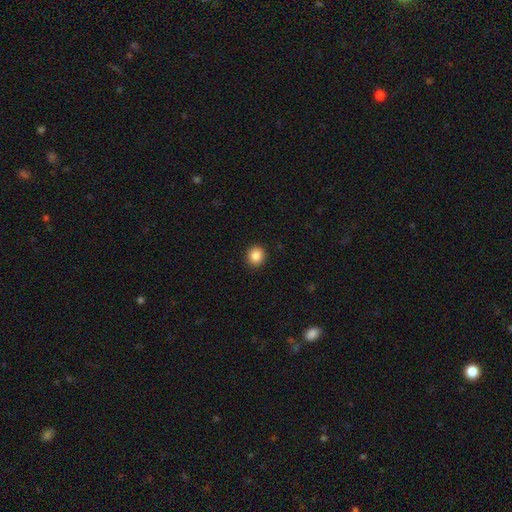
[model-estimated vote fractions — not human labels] A smooth galaxy with no disk features (87%) that is round (88%).

Vote fractions:
- Smooth or featured? smooth: 87% / star or artifact: 10% / featured or disk: 4%
- How rounded? round: 88% / in between: 11% / cigar-shaped: 1%
- Merging? none: 92% / minor disturbance: 5% / major disturbance: 2% / merger: 1%